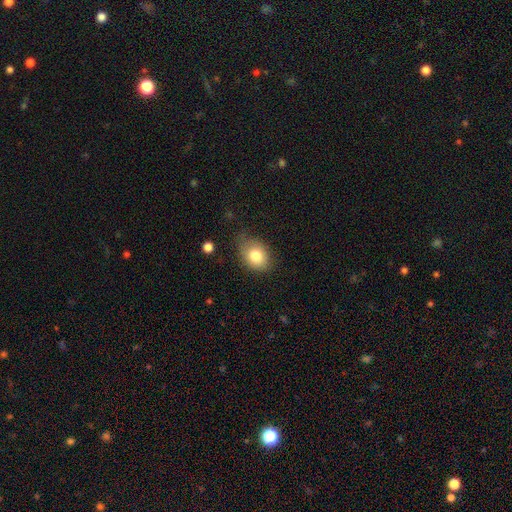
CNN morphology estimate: Smooth or featured? smooth (80%)
How rounded? in between (64%)
Merging? none (63%)